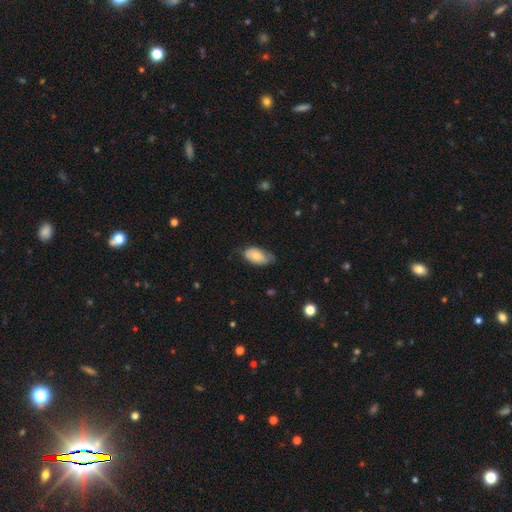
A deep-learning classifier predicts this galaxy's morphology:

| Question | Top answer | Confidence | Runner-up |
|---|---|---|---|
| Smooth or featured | smooth | 74% | featured or disk (19%) |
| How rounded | in between | 94% | round (4%) |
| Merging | none | 56% | minor disturbance (35%) |